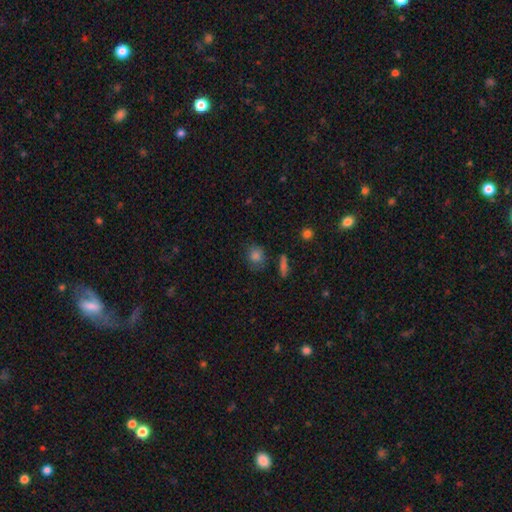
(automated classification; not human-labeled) smooth 80%, star or artifact 13%, featured or disk 7%. Down the decision tree: how rounded — round (70%); merging — none (76%).